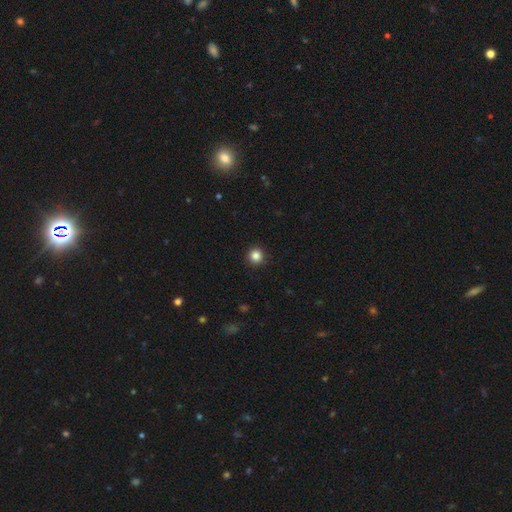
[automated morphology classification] type=smooth (85%); roundness=round (95%); merging=none (92%).